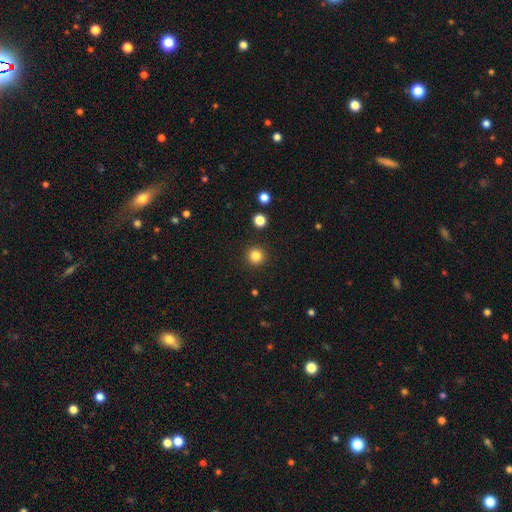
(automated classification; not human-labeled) Morphology: type=smooth (84%); roundness=round (96%); merging=none (92%).